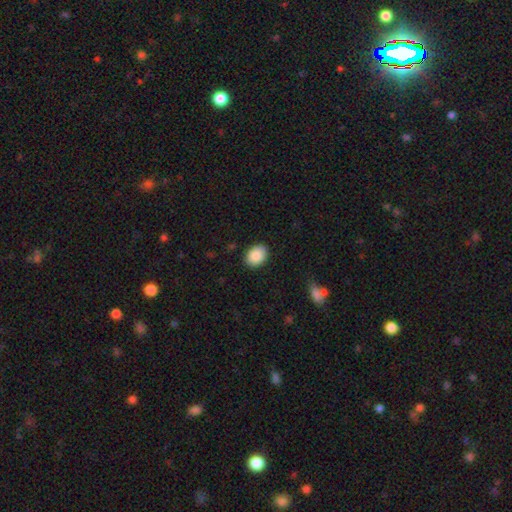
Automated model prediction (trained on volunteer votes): Smooth or featured? Predicted: smooth (p=0.88). How rounded? Predicted: in between (p=0.70). Merging? Predicted: none (p=0.88).